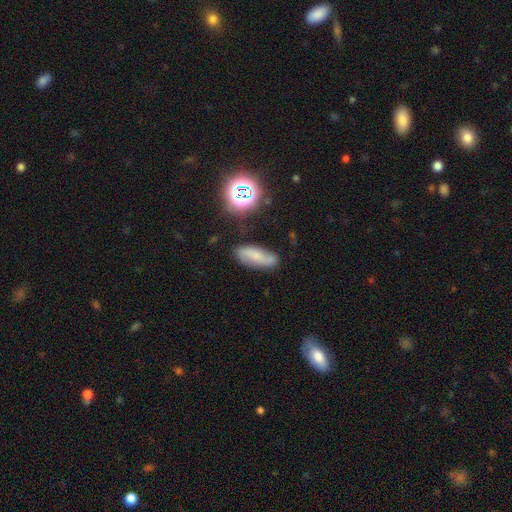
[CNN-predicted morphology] smooth-or-featured: smooth: 47% | featured or disk: 39% | star or artifact: 14%
  merging: none: 73% | minor disturbance: 18% | major disturbance: 5% | merger: 4%